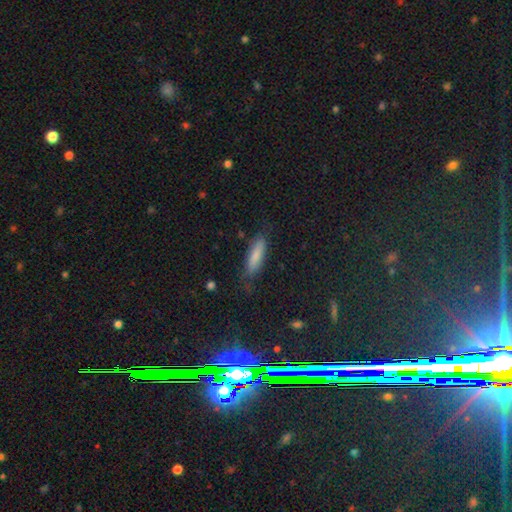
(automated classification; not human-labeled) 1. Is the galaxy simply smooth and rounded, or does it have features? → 77% smooth, 15% featured or disk, 8% star or artifact.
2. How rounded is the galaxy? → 64% cigar-shaped, 34% in between, 2% round.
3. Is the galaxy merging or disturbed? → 75% none, 18% minor disturbance, 5% major disturbance, 2% merger.